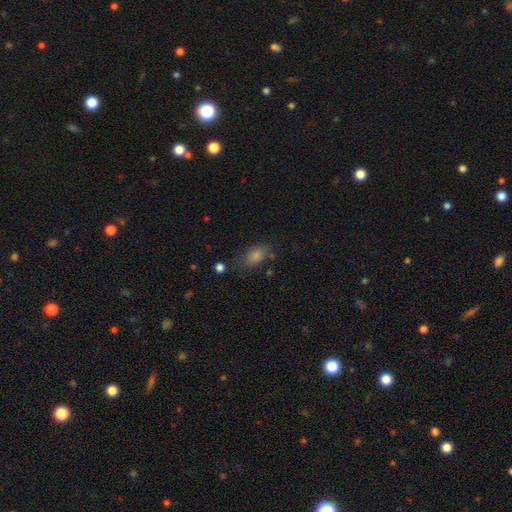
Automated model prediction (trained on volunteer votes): smooth-or-featured: smooth: 68% | star or artifact: 20% | featured or disk: 12%
  how-rounded: in between: 82% | round: 13% | cigar-shaped: 5%
  merging: none: 74% | minor disturbance: 16% | major disturbance: 7% | merger: 3%